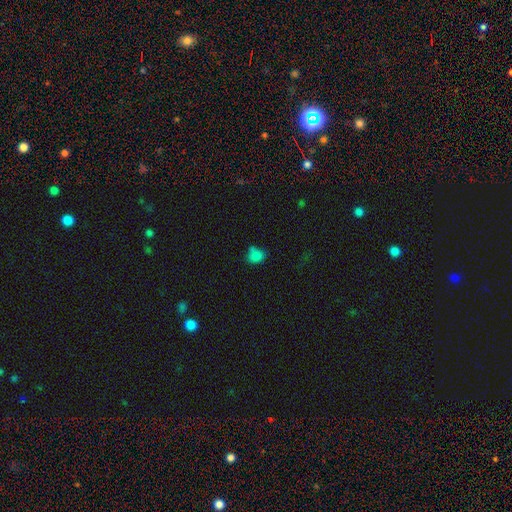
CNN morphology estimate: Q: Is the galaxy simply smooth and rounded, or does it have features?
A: smooth — 79%.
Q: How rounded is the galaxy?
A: round — 50%.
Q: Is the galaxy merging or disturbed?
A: none — 53%.